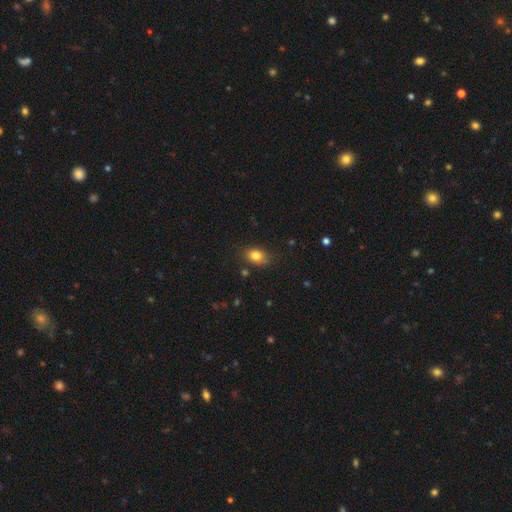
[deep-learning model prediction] smooth_or_featured: smooth (p=0.82) [alt: star or artifact p=0.10]
how_rounded: in between (p=0.73) [alt: round p=0.26]
merging: none (p=0.77) [alt: minor disturbance p=0.17]